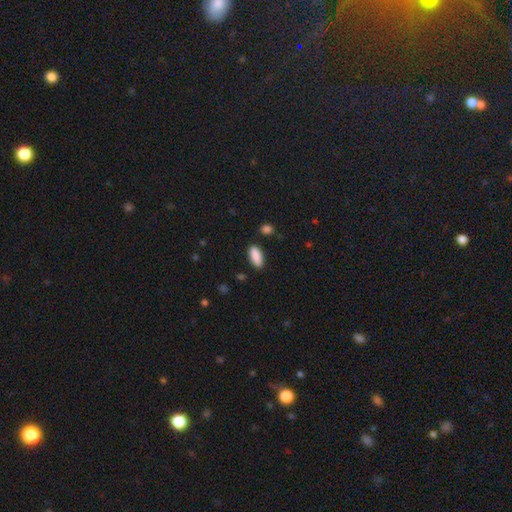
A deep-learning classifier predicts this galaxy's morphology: Smooth or featured? Predicted: smooth (p=0.90). How rounded? Predicted: in between (p=0.83). Merging? Predicted: none (p=0.86).